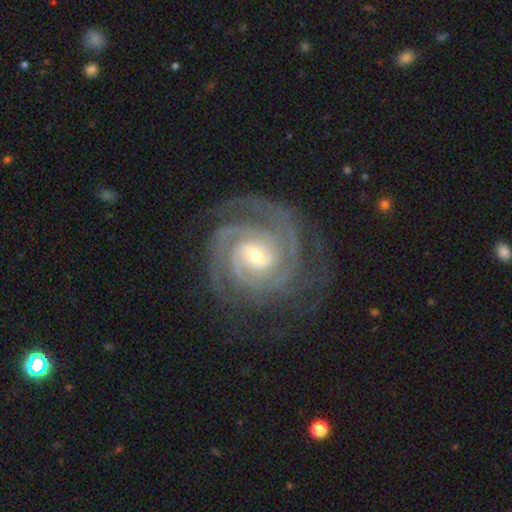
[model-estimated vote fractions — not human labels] Morphology: type=featured or disk (92%); edge-on=no (98%); bar=weak (43%); spiral arms=yes (99%); winding=tight (78%); arm count=3 (32%); bulge=small (56%); merging=none (78%).